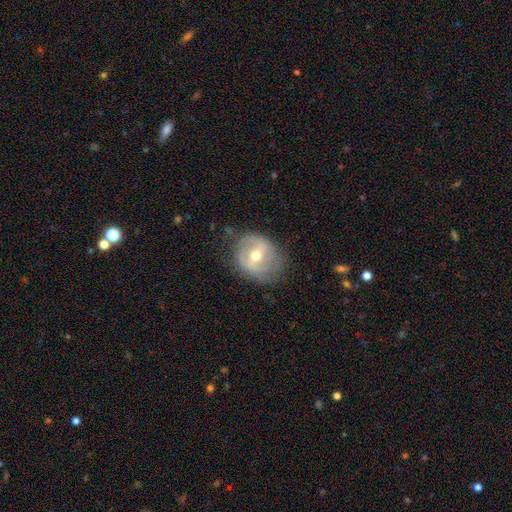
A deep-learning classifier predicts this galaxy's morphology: A featured or disk galaxy (65%) with a weak bar (44%), spiral arms (56%) and a moderate central bulge (73%). Merging: none (68%).